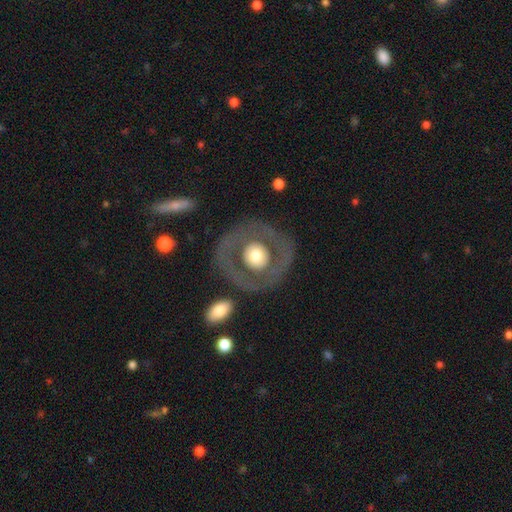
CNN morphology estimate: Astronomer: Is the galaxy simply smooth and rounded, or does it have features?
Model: featured or disk — 51% (runner-up: smooth, 44%).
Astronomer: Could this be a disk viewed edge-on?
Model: no — 94%.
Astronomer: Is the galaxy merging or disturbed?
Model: none — 80%.